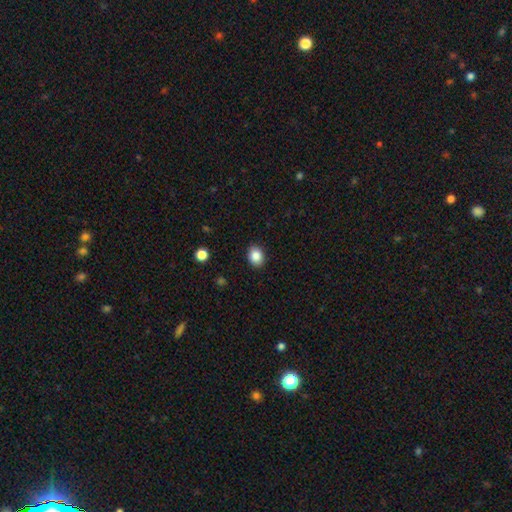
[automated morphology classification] This appears to be a smooth galaxy with no disk features (87%) that is in between round and cigar-shaped (55%). Merging: none (90%).